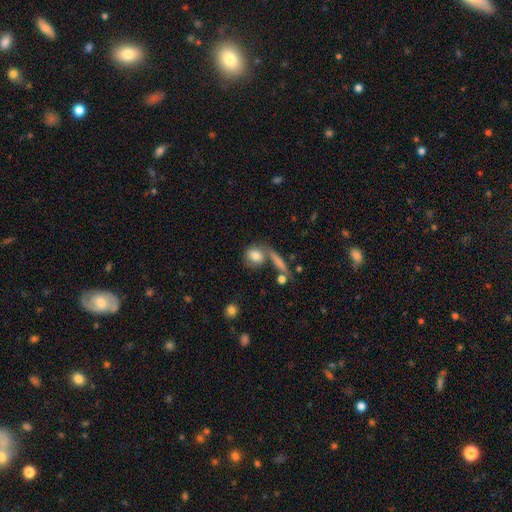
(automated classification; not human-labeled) This is likely a smooth galaxy (78%). How rounded: likely round (68%). Merging: possibly none (55%).